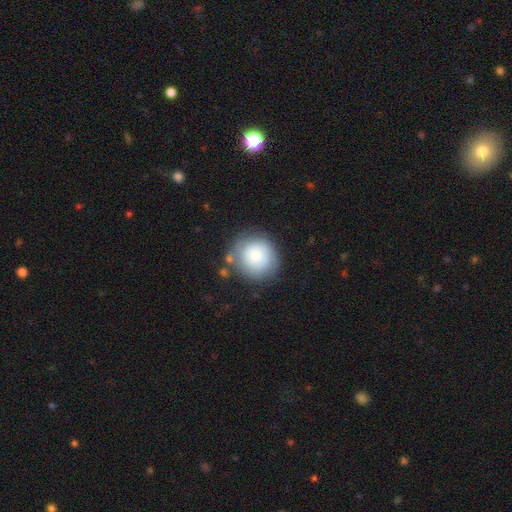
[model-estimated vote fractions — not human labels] This appears to be a smooth galaxy with no disk features (78%) that is round (91%). Merging: none (71%).